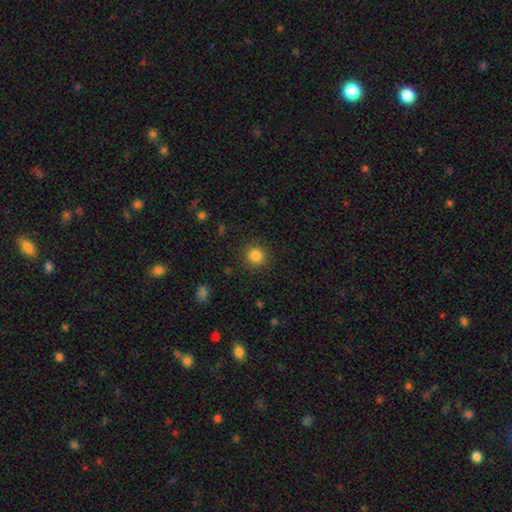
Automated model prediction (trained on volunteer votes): The model was most divided on "smooth or featured": smooth: 84%, star or artifact: 11%, featured or disk: 4%. More confident: how rounded — round (89%); merging — none (89%).